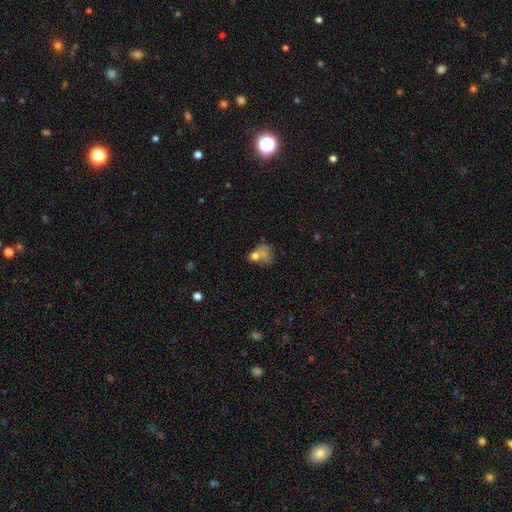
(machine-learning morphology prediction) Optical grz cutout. It shows a smooth galaxy with no disk features (62%) that is in between round and cigar-shaped (53%). Merging: merger (43%).